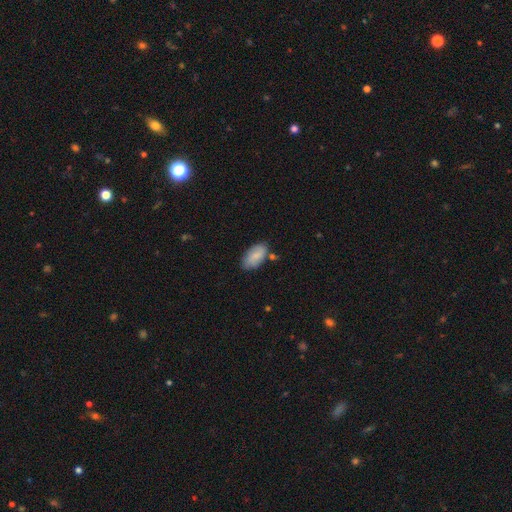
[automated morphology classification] Smooth or featured? smooth (81%)
How rounded? in between (94%)
Merging? none (72%)